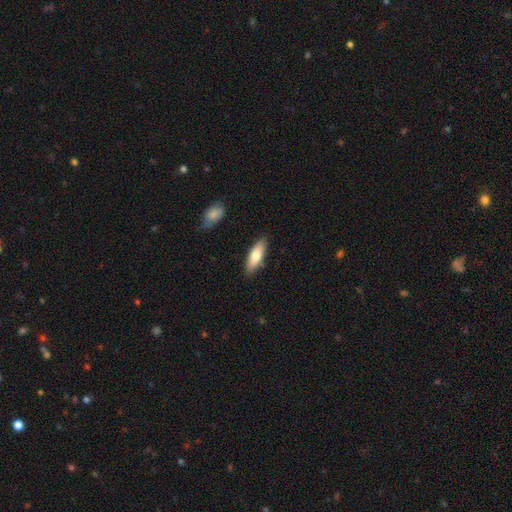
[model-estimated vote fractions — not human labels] smooth_or_featured: smooth (p=0.71) [alt: featured or disk p=0.23]
how_rounded: in between (p=0.51) [alt: cigar-shaped p=0.47]
merging: none (p=0.86) [alt: minor disturbance p=0.10]